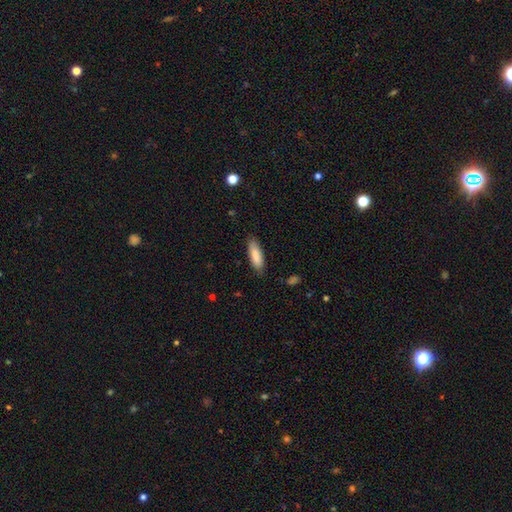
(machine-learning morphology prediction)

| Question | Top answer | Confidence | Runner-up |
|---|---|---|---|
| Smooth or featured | smooth | 85% | featured or disk (9%) |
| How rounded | in between | 52% | cigar-shaped (47%) |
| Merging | none | 84% | minor disturbance (12%) |